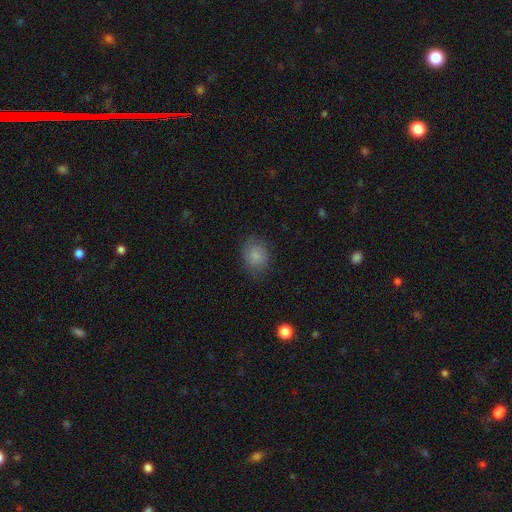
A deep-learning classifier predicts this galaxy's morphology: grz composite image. It shows a smooth galaxy with no disk features (85%) that is round (52%). Merging: none (78%).